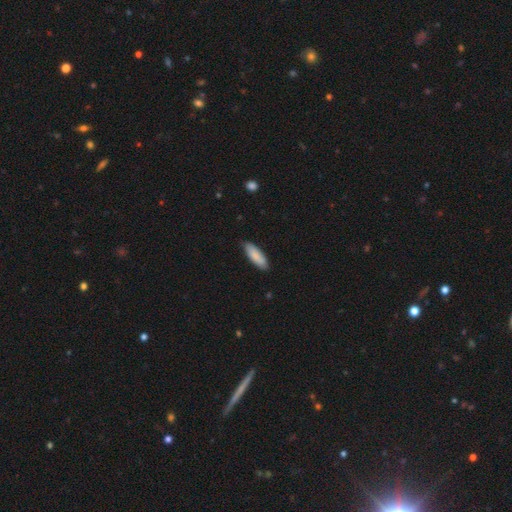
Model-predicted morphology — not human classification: Smooth or featured? smooth (87%)
How rounded? in between (59%)
Merging? none (84%)